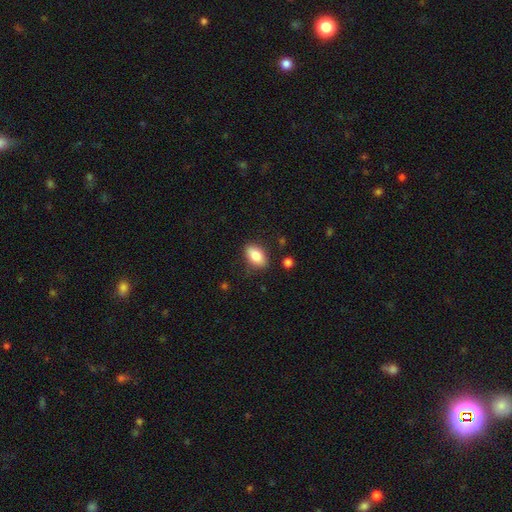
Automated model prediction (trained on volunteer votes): smooth-or-featured: smooth: 83% | featured or disk: 9% | star or artifact: 7%
  how-rounded: in between: 90% | round: 6% | cigar-shaped: 4%
  merging: none: 85% | minor disturbance: 11% | major disturbance: 3% | merger: 2%